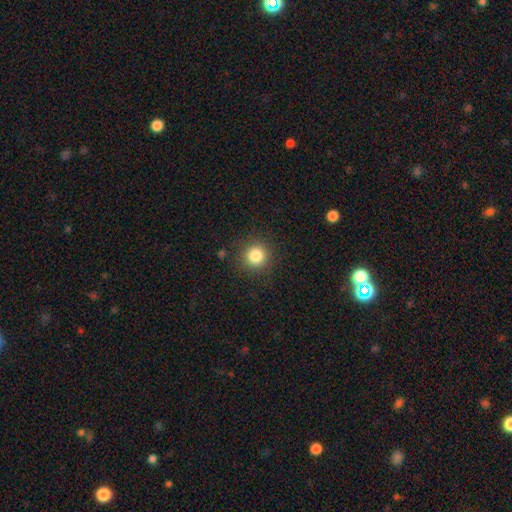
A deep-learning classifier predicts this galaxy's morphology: This is clearly a smooth galaxy (83%). How rounded: clearly round (94%). Merging: clearly none (89%).